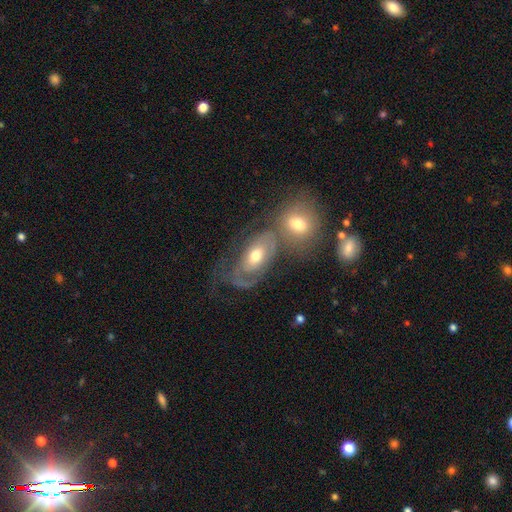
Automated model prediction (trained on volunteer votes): A featured or disk galaxy (61%) with no bar (75%), spiral arms (67%) and a moderate central bulge (70%).

Vote fractions:
- Smooth or featured? featured or disk: 61% / smooth: 32% / star or artifact: 7%
- Edge-on disk? no: 93% / yes: 7%
- Bar? no: 75% / weak: 20% / strong: 5%
- Spiral arms? yes: 67% / no: 33%
- Bulge size? moderate: 70% / small: 16% / large: 11% / none: 1% / dominant: 1%
- Merging? merger: 39% / none: 32% / minor disturbance: 15% / major disturbance: 14%